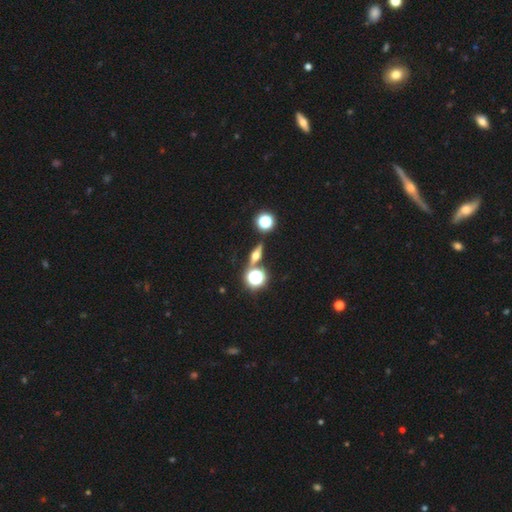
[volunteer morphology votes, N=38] Smooth or featured? 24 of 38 (63%) said featured or disk. Edge-on disk? 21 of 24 (88%) said yes. Edge-on bulge? 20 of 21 (95%) said rounded. Merging? 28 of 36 (78%) said none.